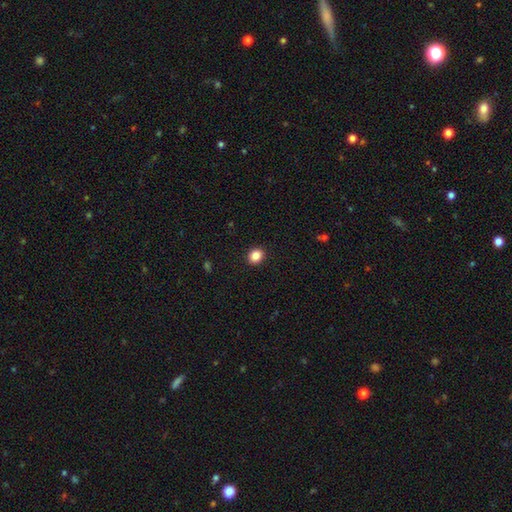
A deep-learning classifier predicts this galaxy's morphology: type=smooth (86%); roundness=round (65%); merging=none (92%).